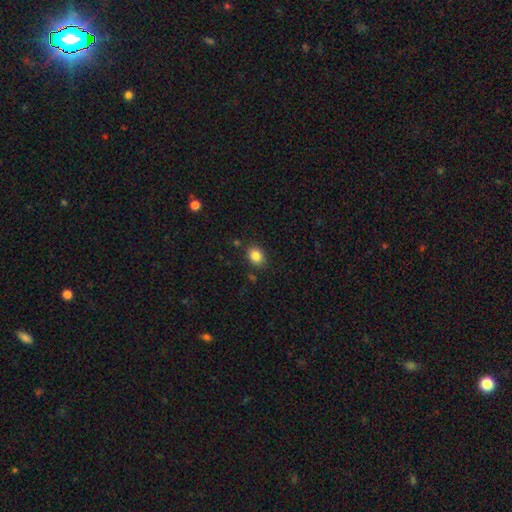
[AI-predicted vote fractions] This appears to be a smooth galaxy with no disk features (85%) that is in between round and cigar-shaped (57%). Merging: none (84%).